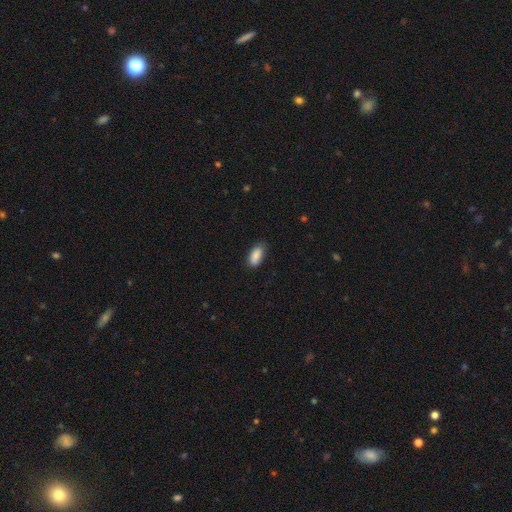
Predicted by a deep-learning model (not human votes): smooth 88%, star or artifact 7%, featured or disk 5%. Down the decision tree: how rounded — in between (91%); merging — none (78%).